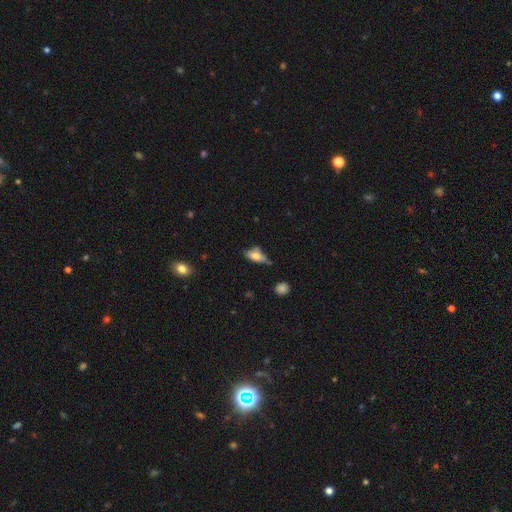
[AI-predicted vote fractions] This is likely a smooth galaxy (61%). How rounded: likely in between (75%). Merging: possibly none (46%).